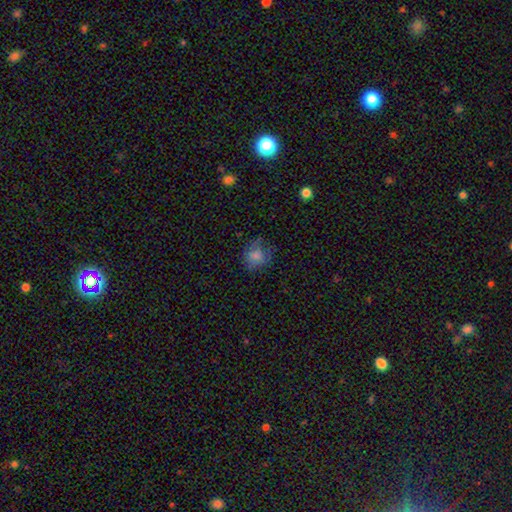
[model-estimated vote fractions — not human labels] smooth_or_featured: smooth (p=0.76) [alt: featured or disk p=0.13]
how_rounded: round (p=0.75) [alt: in between p=0.24]
merging: none (p=0.64) [alt: minor disturbance p=0.23]